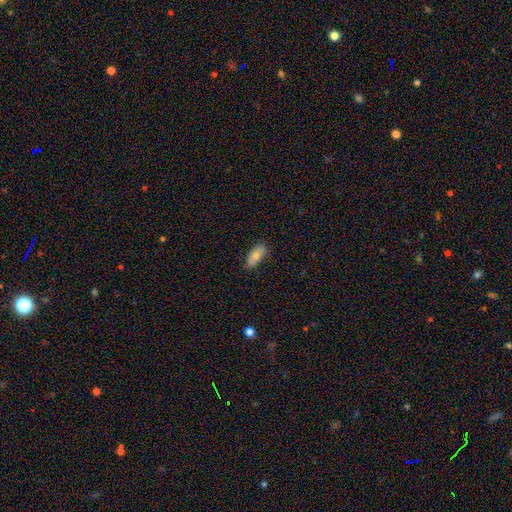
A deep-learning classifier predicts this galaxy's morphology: A smooth galaxy with no disk features (73%) that is in between round and cigar-shaped (83%).

Vote fractions:
- Smooth or featured? smooth: 73% / featured or disk: 20% / star or artifact: 7%
- How rounded? in between: 83% / cigar-shaped: 14% / round: 3%
- Merging? none: 82% / minor disturbance: 14% / major disturbance: 2% / merger: 1%